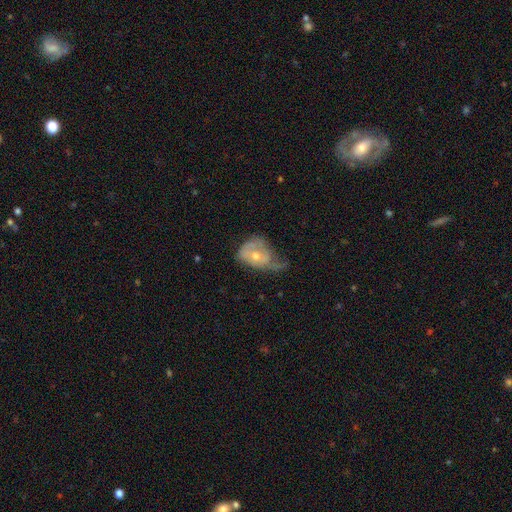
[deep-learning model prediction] smooth_or_featured: featured or disk (p=0.57) [alt: smooth p=0.34]
disk_edge_on: no (p=0.95) [alt: yes p=0.05]
bar: no (p=0.80) [alt: weak p=0.16]
has_spiral_arms: yes (p=0.53) [alt: no p=0.47]
bulge_size: moderate (p=0.56) [alt: small p=0.39]
merging: major disturbance (p=0.46) [alt: minor disturbance p=0.29]